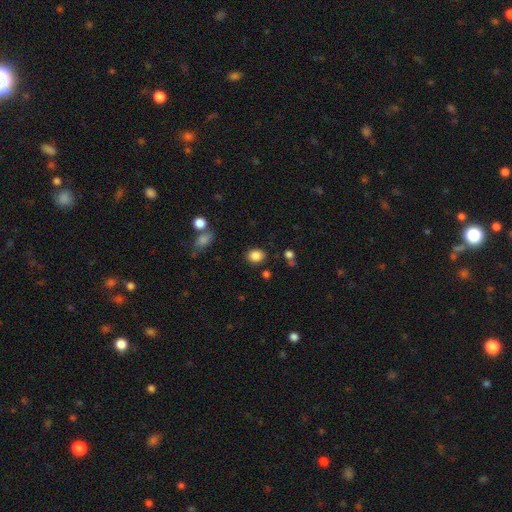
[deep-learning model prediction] Morphology: type=smooth (86%); roundness=in between (57%); merging=none (84%).